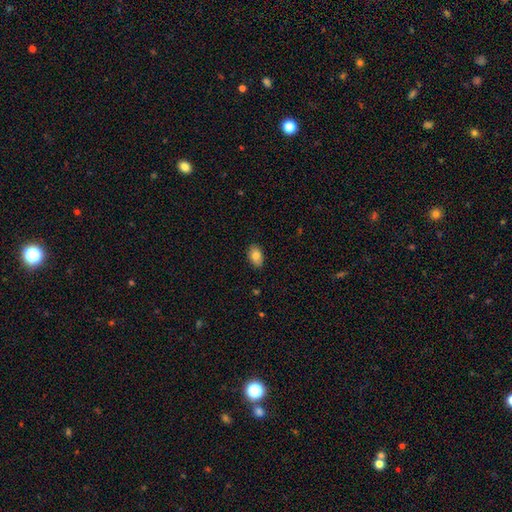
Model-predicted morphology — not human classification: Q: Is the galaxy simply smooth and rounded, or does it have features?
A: smooth — 83%.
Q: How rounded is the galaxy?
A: in between — 88%.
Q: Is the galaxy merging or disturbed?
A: none — 86%.